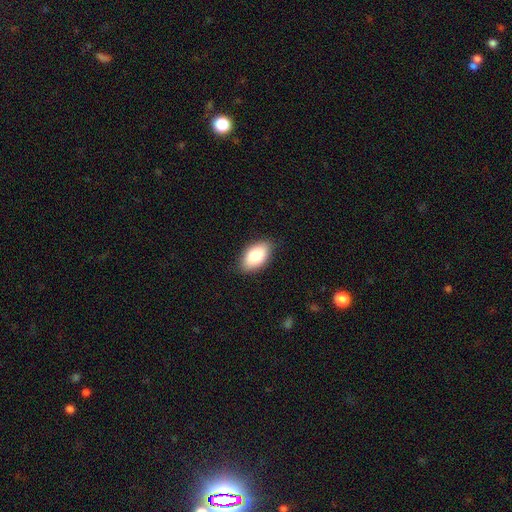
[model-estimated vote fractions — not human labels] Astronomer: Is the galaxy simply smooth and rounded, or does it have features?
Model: smooth — 81%.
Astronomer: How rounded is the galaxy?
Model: in between — 93%.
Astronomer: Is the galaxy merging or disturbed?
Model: none — 86%.